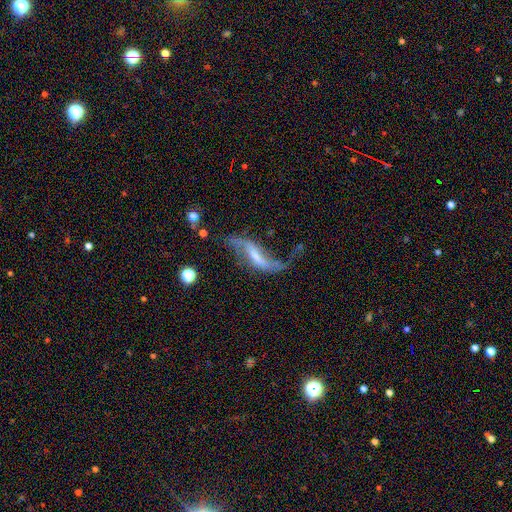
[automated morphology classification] This appears to be a featured or disk galaxy (81%) with a strong bar (40%), 2 (88%) loose (92%) spiral arms (90%) and a small central bulge (38%). Merging: none (47%).